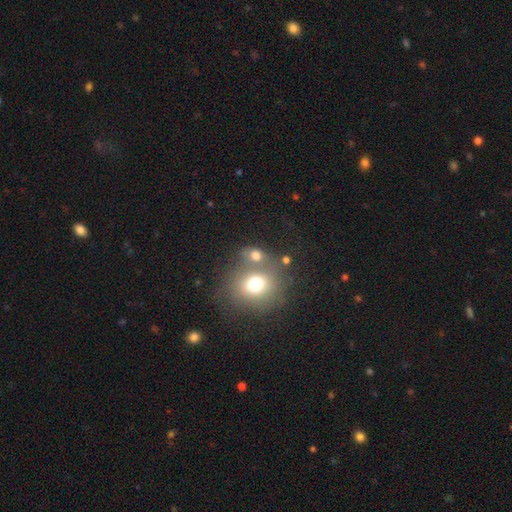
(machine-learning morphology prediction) Smooth or featured: smooth — 71% (featured or disk — 14%)
How rounded: round — 64% (in between — 35%)
Merging: none — 43% (merger — 38%)